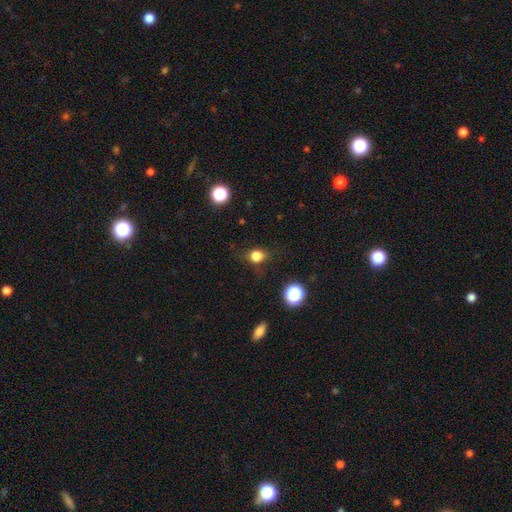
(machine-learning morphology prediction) type=smooth (80%); roundness=round (63%); merging=none (75%).